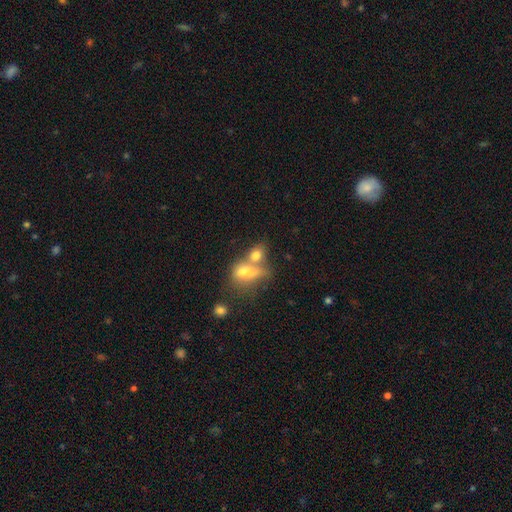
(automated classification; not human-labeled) This appears to be a smooth galaxy with no disk features (72%) that is in between round and cigar-shaped (61%). Merging: merger (58%).